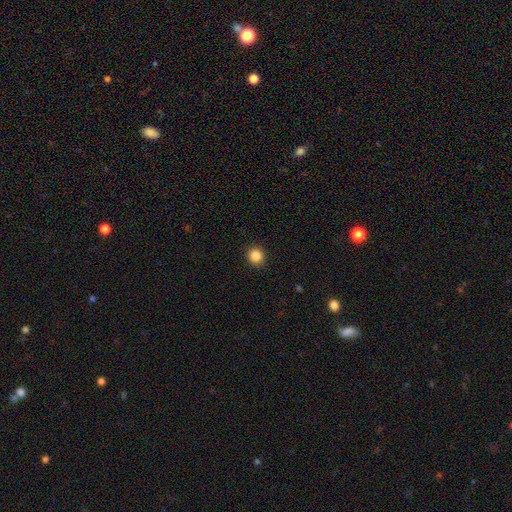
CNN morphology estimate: Smooth or featured? smooth (86%)
How rounded? round (89%)
Merging? none (92%)